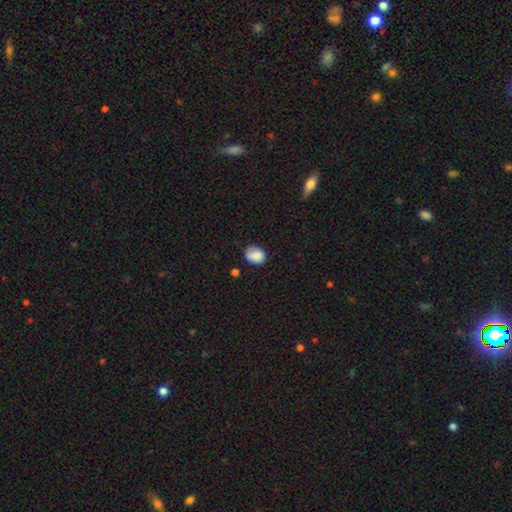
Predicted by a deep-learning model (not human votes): Q: Smooth or featured?
A: smooth (84%); runner-up: star or artifact (9%)
Q: How rounded?
A: in between (55%); runner-up: round (44%)
Q: Merging?
A: none (65%); runner-up: minor disturbance (25%)